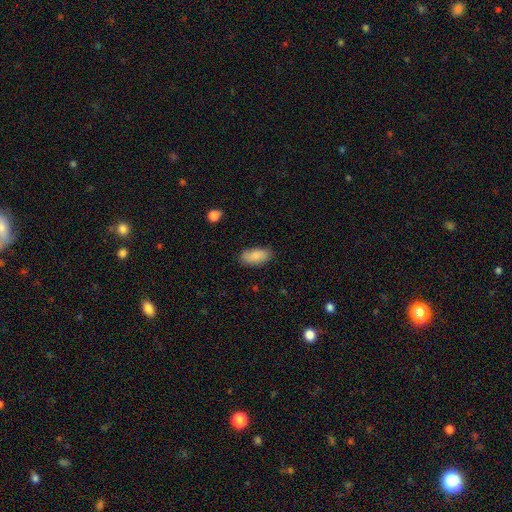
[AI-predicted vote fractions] A smooth galaxy with no disk features (86%) that is in between round and cigar-shaped (91%).

Vote fractions:
- Smooth or featured? smooth: 86% / featured or disk: 7% / star or artifact: 7%
- How rounded? in between: 91% / cigar-shaped: 6% / round: 2%
- Merging? none: 82% / minor disturbance: 14% / major disturbance: 3% / merger: 1%